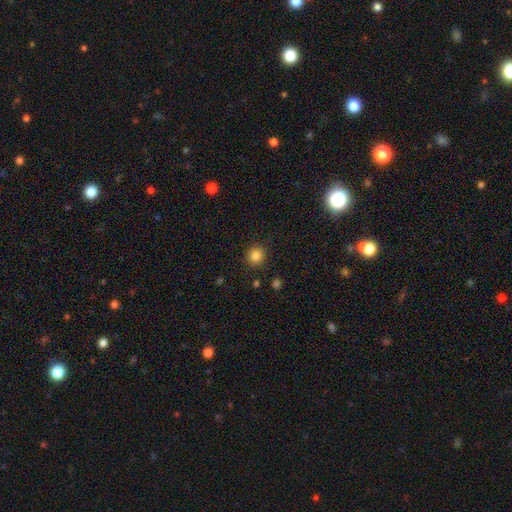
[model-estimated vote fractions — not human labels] This is clearly a smooth galaxy (84%). How rounded: clearly round (93%). Merging: clearly none (89%).